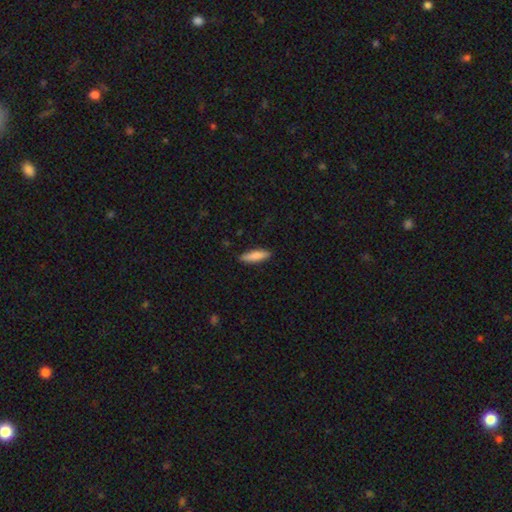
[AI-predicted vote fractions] smooth_or_featured: smooth (p=0.82) [alt: featured or disk p=0.12]
how_rounded: cigar-shaped (p=0.69) [alt: in between p=0.30]
merging: none (p=0.88) [alt: minor disturbance p=0.09]